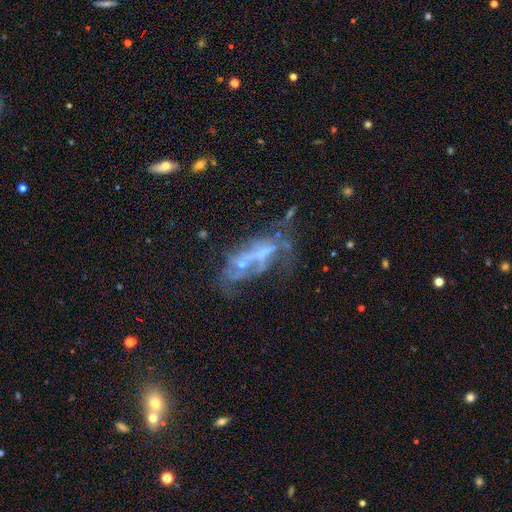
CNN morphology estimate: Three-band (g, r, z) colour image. It shows a featured or disk galaxy (61%) with no bar (72%), no spiral arms (75%) and no central bulge (42%). Merging: major disturbance (34%).